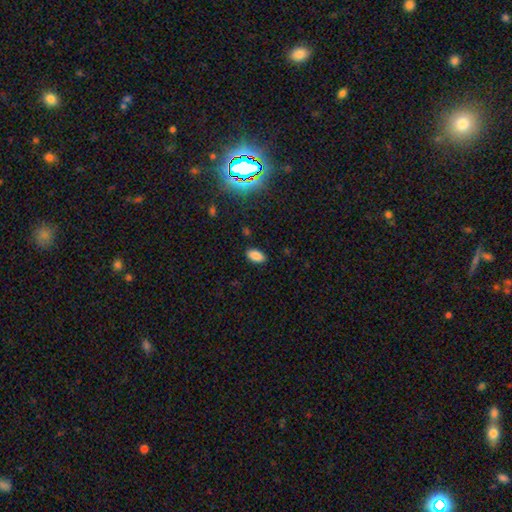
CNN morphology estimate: smooth 84%, star or artifact 11%, featured or disk 5%. Down the decision tree: how rounded — in between (92%); merging — none (88%).